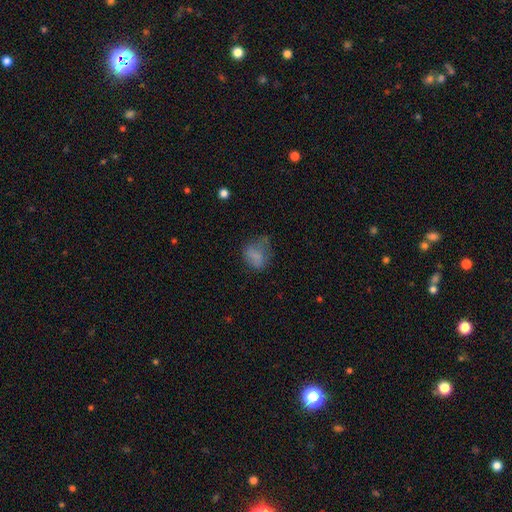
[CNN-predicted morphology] Smooth or featured: smooth — 71% (featured or disk — 17%)
How rounded: in between — 63% (round — 35%)
Merging: none — 39% (minor disturbance — 31%)